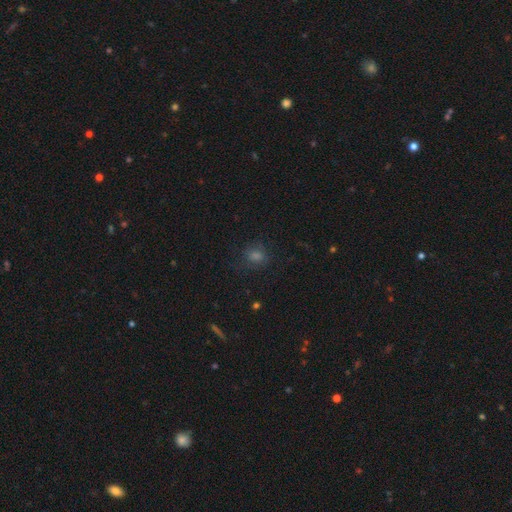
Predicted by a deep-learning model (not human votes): A smooth galaxy with no disk features (62%) that is round (65%). Merging: none (78%).